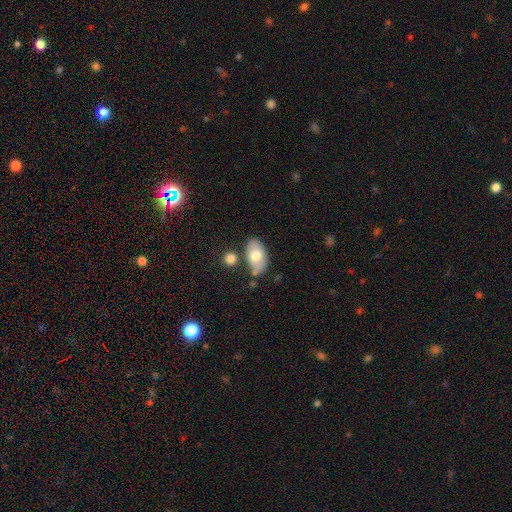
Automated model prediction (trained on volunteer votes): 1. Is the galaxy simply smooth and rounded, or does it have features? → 69% smooth, 24% featured or disk, 6% star or artifact.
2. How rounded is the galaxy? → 92% in between, 6% round, 2% cigar-shaped.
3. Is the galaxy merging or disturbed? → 68% none, 17% minor disturbance, 11% merger, 4% major disturbance.